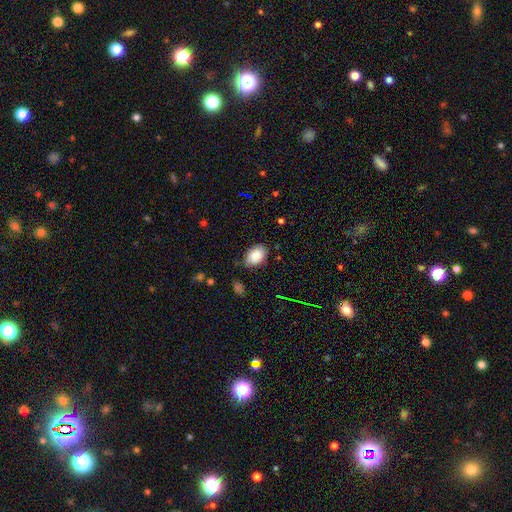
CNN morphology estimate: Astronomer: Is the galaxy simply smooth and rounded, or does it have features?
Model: smooth — 85%.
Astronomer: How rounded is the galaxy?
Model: in between — 86%.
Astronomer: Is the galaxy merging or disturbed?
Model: none — 73%.